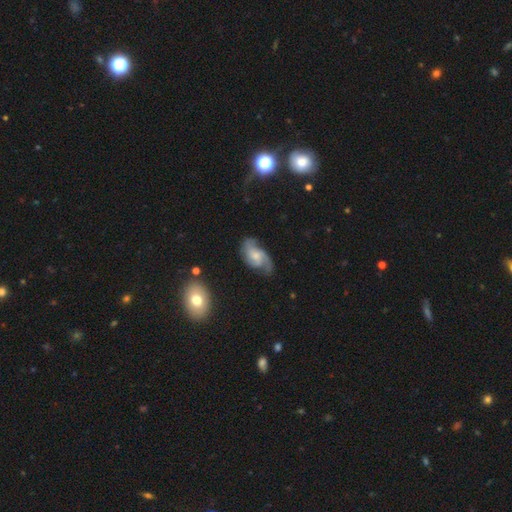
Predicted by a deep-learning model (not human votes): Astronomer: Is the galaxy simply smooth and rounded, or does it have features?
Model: featured or disk — 78%.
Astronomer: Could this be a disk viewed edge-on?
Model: no — 97%.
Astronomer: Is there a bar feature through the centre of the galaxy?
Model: no — 61%.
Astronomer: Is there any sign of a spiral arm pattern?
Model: yes — 95%.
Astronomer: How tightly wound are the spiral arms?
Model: medium — 49% (runner-up: loose, 27%).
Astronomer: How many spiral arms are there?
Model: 2 — 43% (runner-up: 3, 34%).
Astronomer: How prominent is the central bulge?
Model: small — 44% (runner-up: moderate, 40%).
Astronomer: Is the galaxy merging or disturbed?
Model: none — 63%.